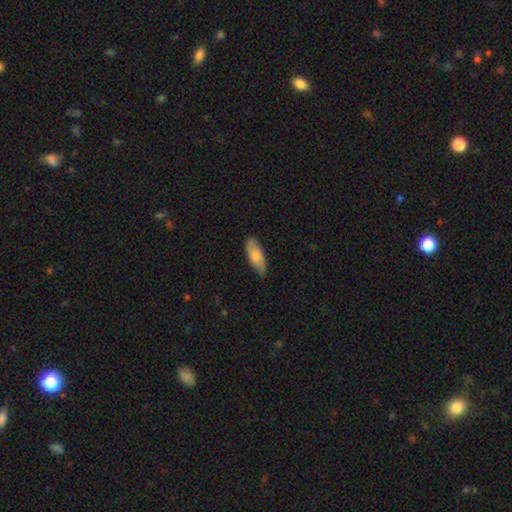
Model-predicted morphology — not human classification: Smooth or featured? Predicted: smooth (p=0.75). How rounded? Predicted: in between (p=0.71). Merging? Predicted: none (p=0.80).